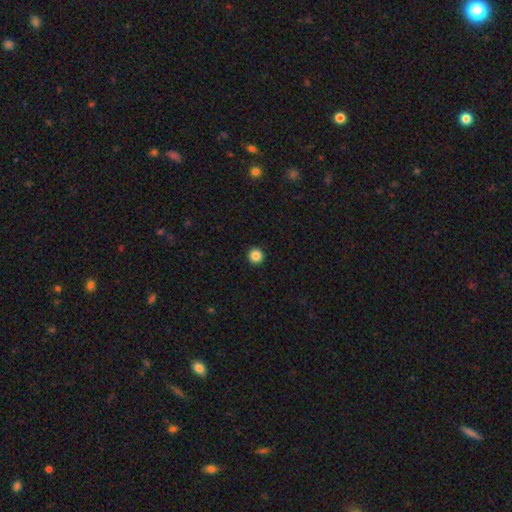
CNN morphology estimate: smooth_or_featured: smooth (p=0.86) [alt: star or artifact p=0.11]
how_rounded: round (p=0.96) [alt: in between p=0.03]
merging: none (p=0.94) [alt: minor disturbance p=0.03]